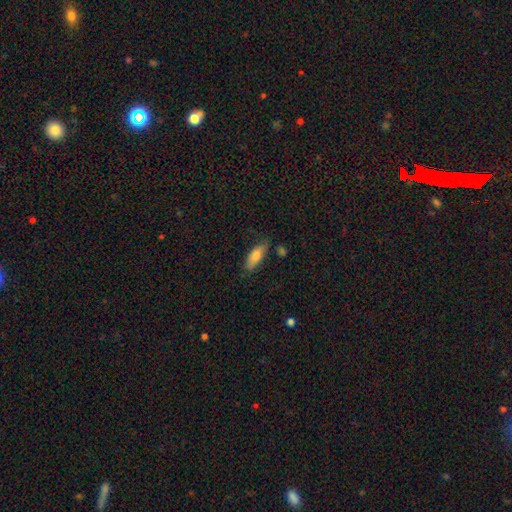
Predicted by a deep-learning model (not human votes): This appears to be a smooth galaxy with no disk features (78%) that is in between round and cigar-shaped (67%). Merging: none (72%).